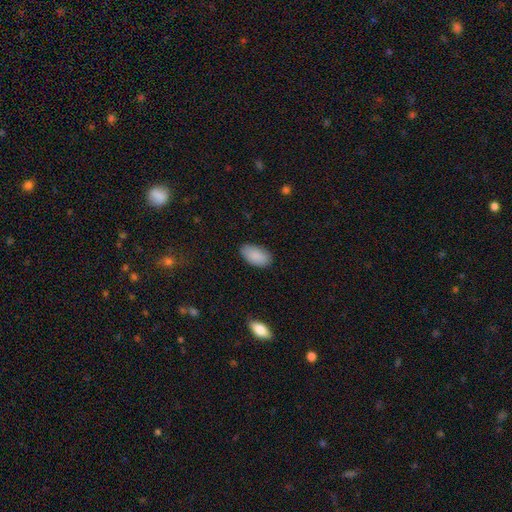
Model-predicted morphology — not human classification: Smooth or featured? Predicted: smooth (p=0.89). How rounded? Predicted: in between (p=0.95). Merging? Predicted: none (p=0.85).